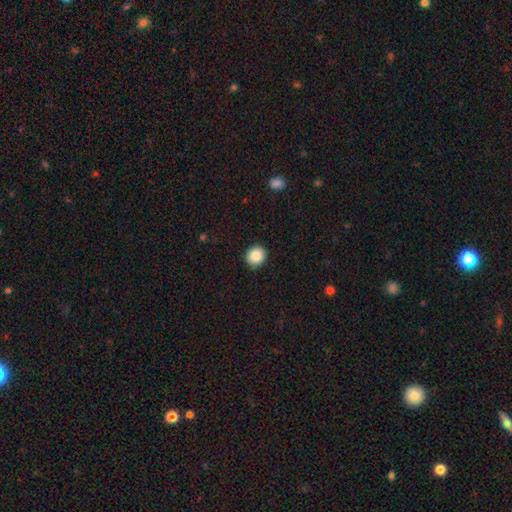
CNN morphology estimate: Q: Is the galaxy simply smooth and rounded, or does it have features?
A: smooth — 87%.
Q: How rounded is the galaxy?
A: round — 81%.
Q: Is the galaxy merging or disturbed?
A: none — 90%.